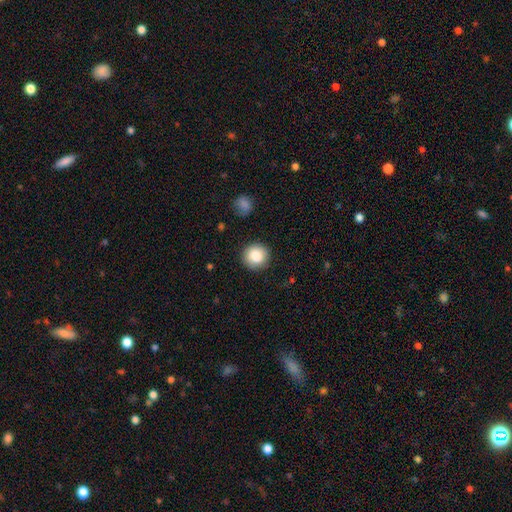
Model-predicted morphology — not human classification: type=smooth (85%); roundness=round (93%); merging=none (89%).